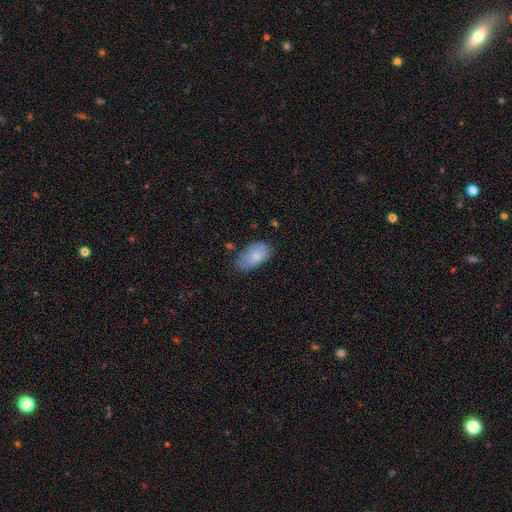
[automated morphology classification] Smooth or featured? smooth (79%)
How rounded? in between (94%)
Merging? none (61%)